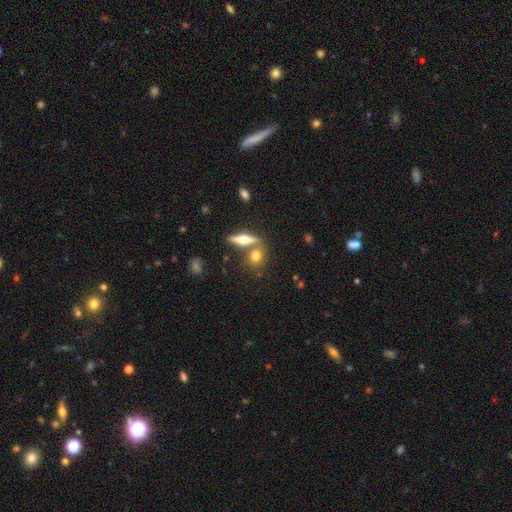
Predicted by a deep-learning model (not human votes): Overall: smooth (66%). How rounded: round (43%; in between 41%). Merging: none (58%; merger 29%).